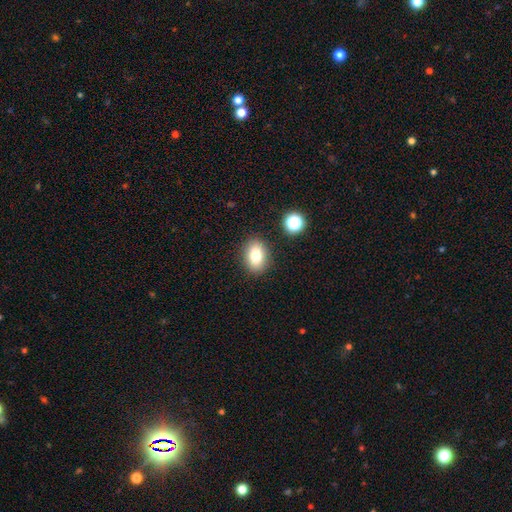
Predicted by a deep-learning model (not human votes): Overall: smooth (80%). How rounded: in between (77%). Merging: none (86%).